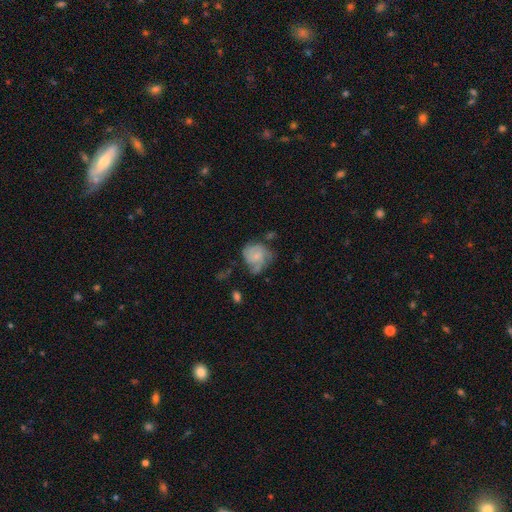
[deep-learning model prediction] Smooth or featured? Predicted: featured or disk (p=0.58). Edge-on disk? Predicted: no (p=0.98). Bar? Predicted: no (p=0.72). Spiral arms? Predicted: yes (p=0.86). Bulge size? Predicted: small (p=0.57). Merging? Predicted: none (p=0.47).